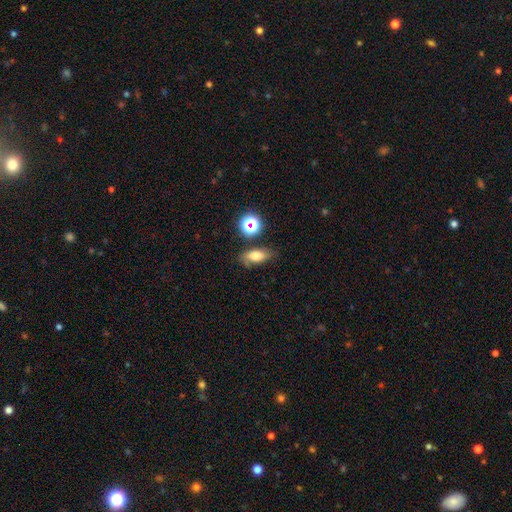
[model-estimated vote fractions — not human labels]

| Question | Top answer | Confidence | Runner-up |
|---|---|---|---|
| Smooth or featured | smooth | 64% | featured or disk (21%) |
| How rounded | in between | 72% | cigar-shaped (15%) |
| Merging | none | 71% | minor disturbance (18%) |